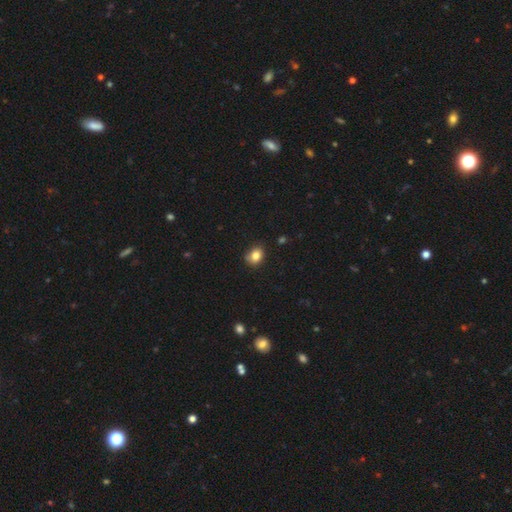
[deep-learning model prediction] Morphology: type=smooth (83%); roundness=in between (54%); merging=none (72%).